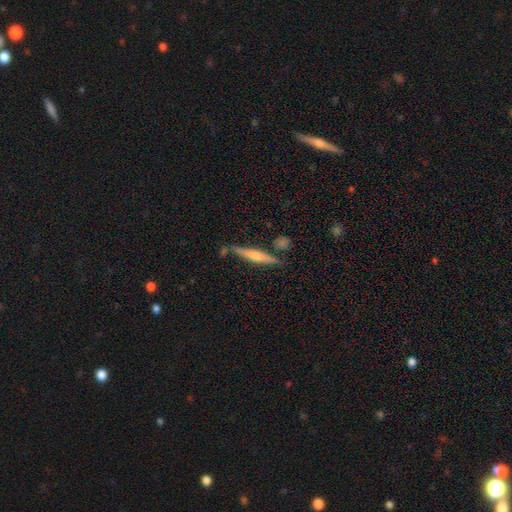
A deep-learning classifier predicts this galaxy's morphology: Overall: featured or disk (72%). Edge-on disk: yes (97%). Edge-on bulge: rounded (78%). Merging: none (81%).